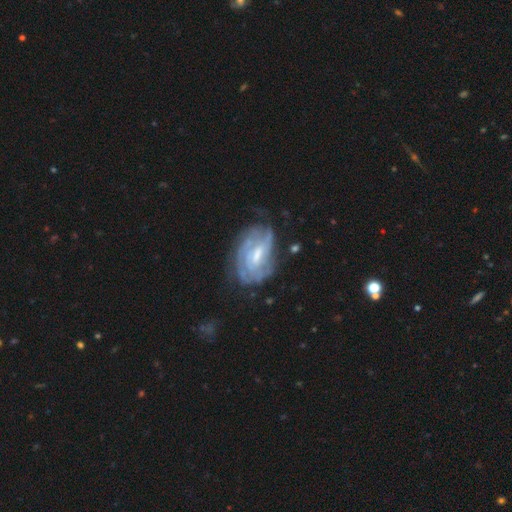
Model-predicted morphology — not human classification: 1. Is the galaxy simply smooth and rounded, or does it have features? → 79% featured or disk, 15% smooth, 7% star or artifact.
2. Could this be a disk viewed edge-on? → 96% no, 4% yes.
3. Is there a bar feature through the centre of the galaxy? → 54% weak, 28% no, 17% strong.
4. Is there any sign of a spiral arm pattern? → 86% yes, 14% no.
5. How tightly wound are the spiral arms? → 63% tight, 29% medium, 8% loose.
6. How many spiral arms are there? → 48% can't tell, 22% 2, 14% 3, 8% 4, 4% 1, 4% more than 4.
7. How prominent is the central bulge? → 50% moderate, 37% small, 7% none, 5% large, 1% dominant.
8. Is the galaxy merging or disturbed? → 60% none, 25% minor disturbance, 13% major disturbance, 2% merger.